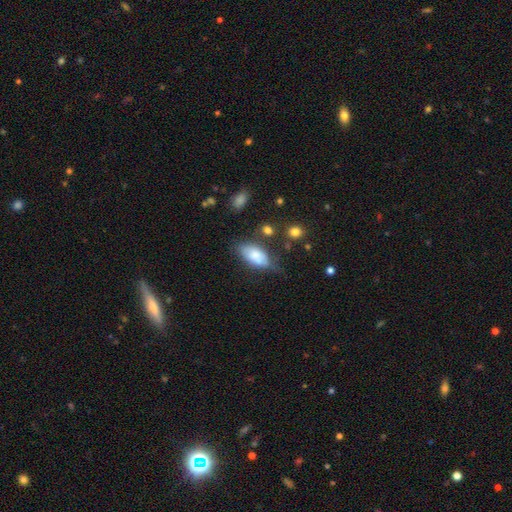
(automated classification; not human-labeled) A smooth galaxy with no disk features (76%) that is in between round and cigar-shaped (90%).

Vote fractions:
- Smooth or featured? smooth: 76% / featured or disk: 17% / star or artifact: 7%
- How rounded? in between: 90% / cigar-shaped: 8% / round: 3%
- Merging? none: 53% / minor disturbance: 30% / major disturbance: 10% / merger: 6%